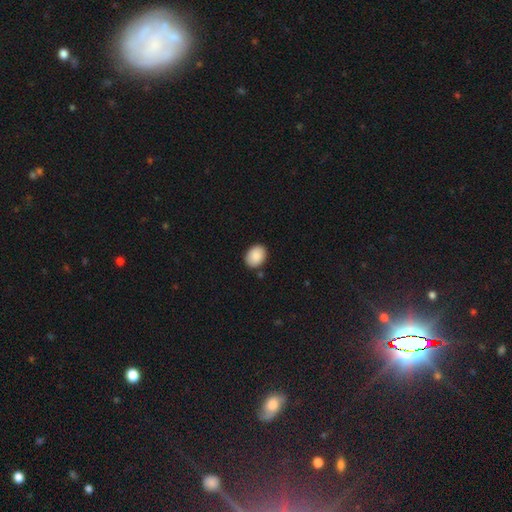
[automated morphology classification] smooth_or_featured: smooth (p=0.89) [alt: star or artifact p=0.07]
how_rounded: in between (p=0.65) [alt: round p=0.34]
merging: none (p=0.86) [alt: minor disturbance p=0.10]